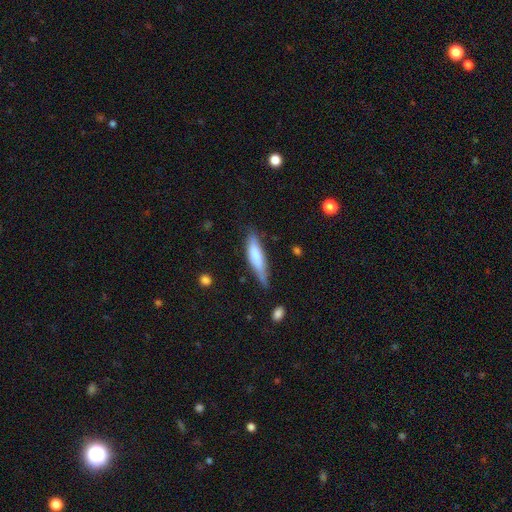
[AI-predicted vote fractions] Q: Smooth or featured?
A: smooth (68%); runner-up: featured or disk (26%)
Q: How rounded?
A: cigar-shaped (74%); runner-up: in between (25%)
Q: Merging?
A: none (62%); runner-up: minor disturbance (28%)